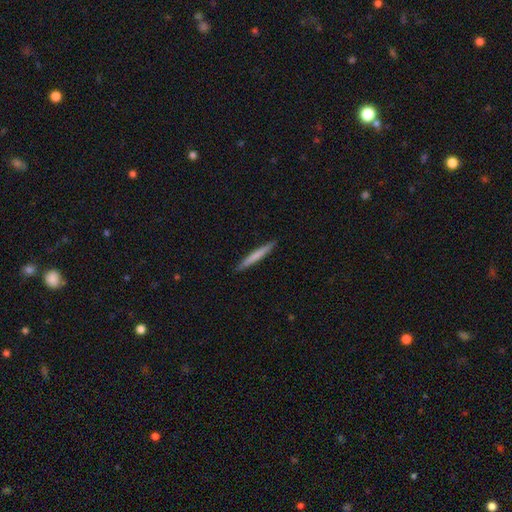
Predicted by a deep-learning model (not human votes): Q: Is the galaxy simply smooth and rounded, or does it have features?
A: smooth — 69%.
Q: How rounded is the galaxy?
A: cigar-shaped — 96%.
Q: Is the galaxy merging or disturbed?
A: none — 91%.